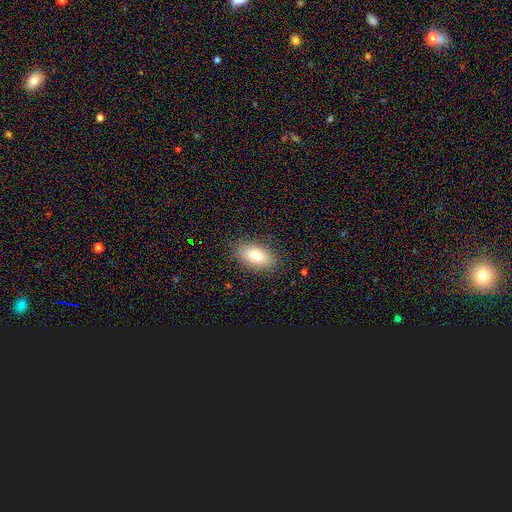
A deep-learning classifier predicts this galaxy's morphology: smooth-or-featured: smooth: 78% | featured or disk: 14% | star or artifact: 8%
  how-rounded: in between: 91% | round: 6% | cigar-shaped: 3%
  merging: none: 85% | minor disturbance: 11% | major disturbance: 3% | merger: 1%